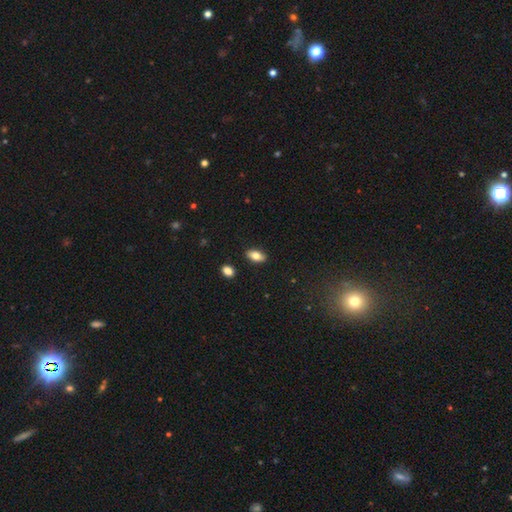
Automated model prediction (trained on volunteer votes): This appears to be a smooth galaxy with no disk features (80%) that is in between round and cigar-shaped (91%). Merging: none (88%).